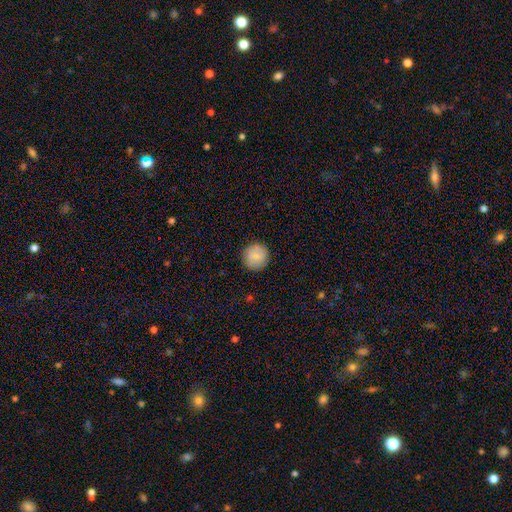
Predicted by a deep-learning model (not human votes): This appears to be a smooth galaxy with no disk features (80%) that is round (94%). Merging: none (88%).